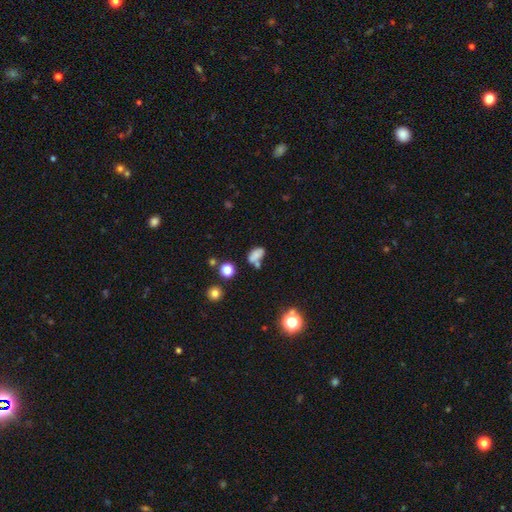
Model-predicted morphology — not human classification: smooth_or_featured: smooth (p=0.72) [alt: star or artifact p=0.15]
how_rounded: in between (p=0.85) [alt: round p=0.12]
merging: none (p=0.42) [alt: merger p=0.28]